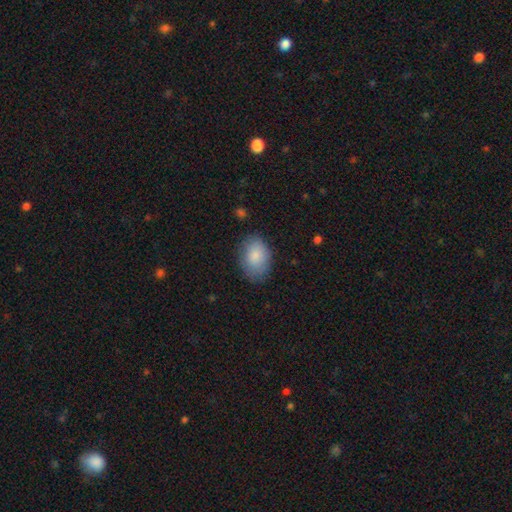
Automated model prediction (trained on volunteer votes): The model was most divided on "merging": none: 77%, minor disturbance: 18%, major disturbance: 4%, merger: 1%. More confident: smooth or featured — smooth (85%); how rounded — in between (83%).